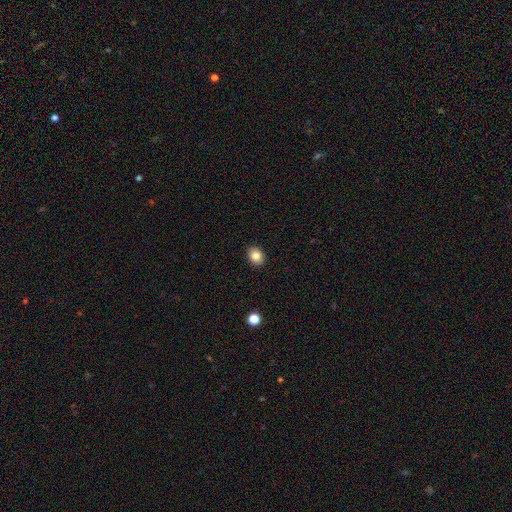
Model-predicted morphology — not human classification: Smooth or featured: smooth — 84% (star or artifact — 10%)
How rounded: in between — 52% (round — 47%)
Merging: none — 91% (minor disturbance — 7%)